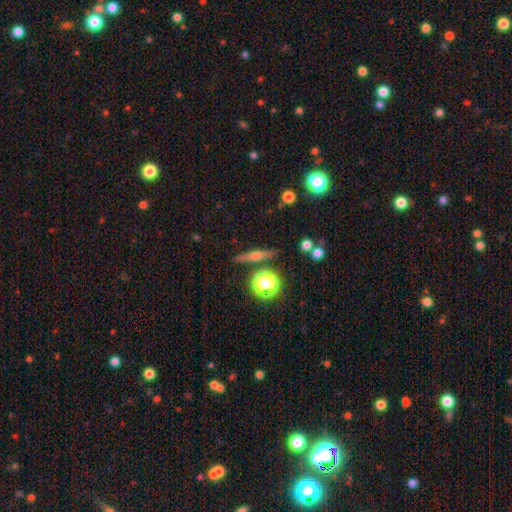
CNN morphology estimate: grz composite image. It shows a featured or disk galaxy (51%) viewed edge-on (92%). Merging: none (84%).